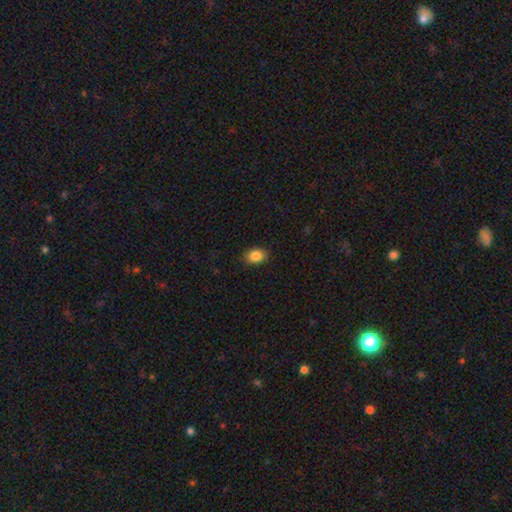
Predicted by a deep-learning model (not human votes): Smooth or featured? Predicted: smooth (p=0.86). How rounded? Predicted: in between (p=0.65). Merging? Predicted: none (p=0.88).